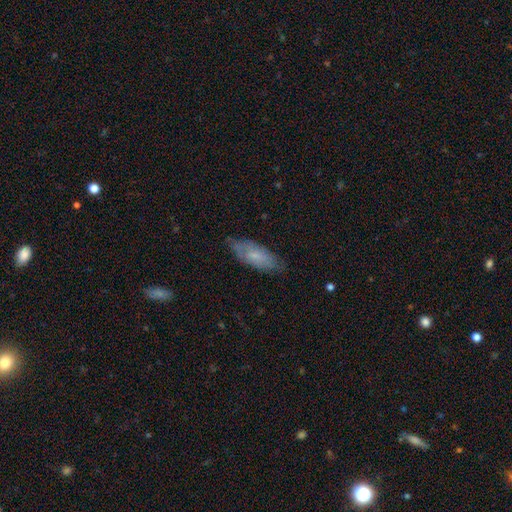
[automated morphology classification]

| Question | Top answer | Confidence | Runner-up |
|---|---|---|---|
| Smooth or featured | smooth | 60% | featured or disk (33%) |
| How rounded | in between | 76% | cigar-shaped (22%) |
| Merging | none | 70% | minor disturbance (23%) |